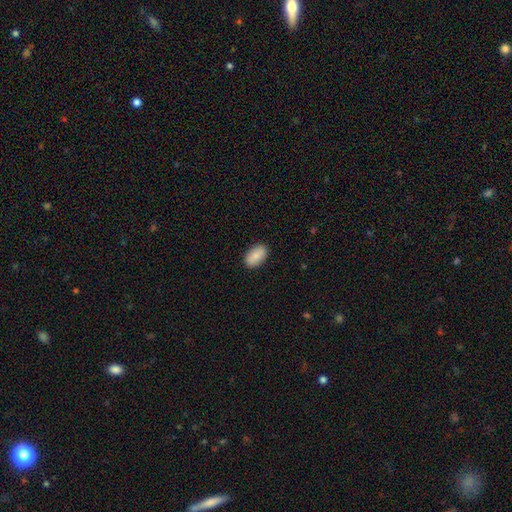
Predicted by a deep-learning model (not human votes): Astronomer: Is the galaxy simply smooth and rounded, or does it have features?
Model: smooth — 85%.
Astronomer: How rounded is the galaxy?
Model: in between — 93%.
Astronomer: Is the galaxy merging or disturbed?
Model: none — 89%.